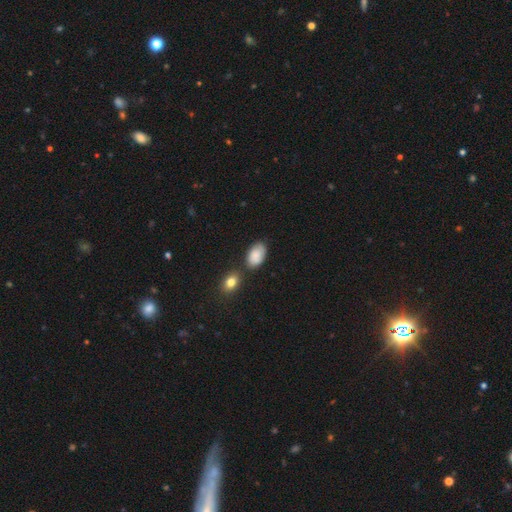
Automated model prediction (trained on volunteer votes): Q: Smooth or featured?
A: smooth (82%); runner-up: featured or disk (11%)
Q: How rounded?
A: in between (91%); runner-up: round (7%)
Q: Merging?
A: none (63%); runner-up: minor disturbance (22%)